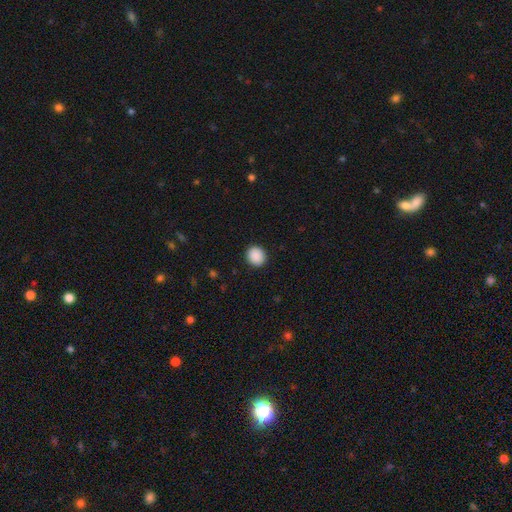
Overall: smooth (100%). How rounded: round (87%). Merging: none (92%).